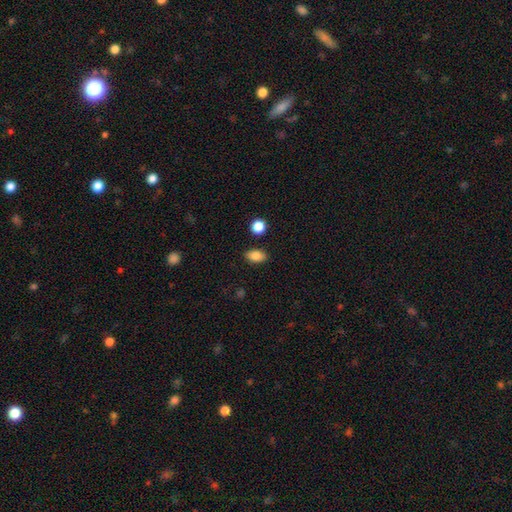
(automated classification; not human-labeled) Overall: smooth (85%). How rounded: in between (85%). Merging: none (86%).